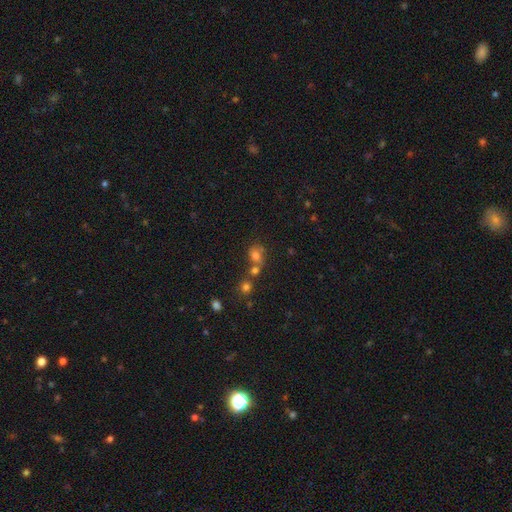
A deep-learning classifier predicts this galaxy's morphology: Smooth or featured? Predicted: smooth (p=0.71). How rounded? Predicted: round (p=0.56). Merging? Predicted: none (p=0.45).